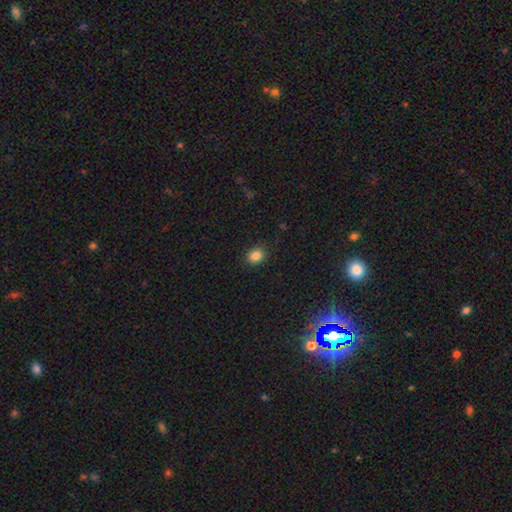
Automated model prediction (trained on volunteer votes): smooth-or-featured: smooth: 84% | star or artifact: 11% | featured or disk: 5%
  how-rounded: round: 56% | in between: 43% | cigar-shaped: 1%
  merging: none: 88% | minor disturbance: 8% | major disturbance: 2% | merger: 1%